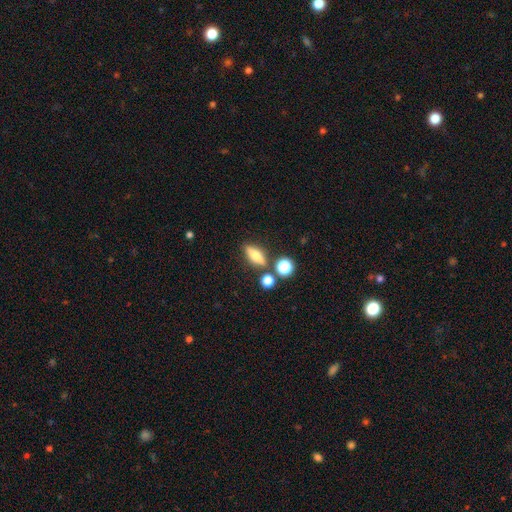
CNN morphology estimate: smooth 58%, featured or disk 31%, star or artifact 11%. Down the decision tree: how rounded — in between (49%); merging — none (77%).